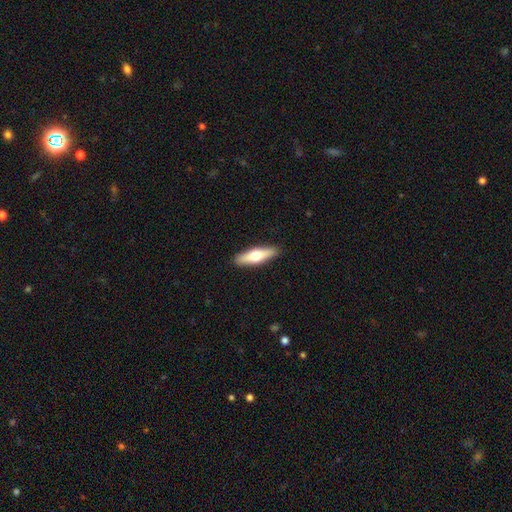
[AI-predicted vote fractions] smooth 54%, featured or disk 41%, star or artifact 5%. Down the decision tree: how rounded — cigar-shaped (63%); merging — none (90%).